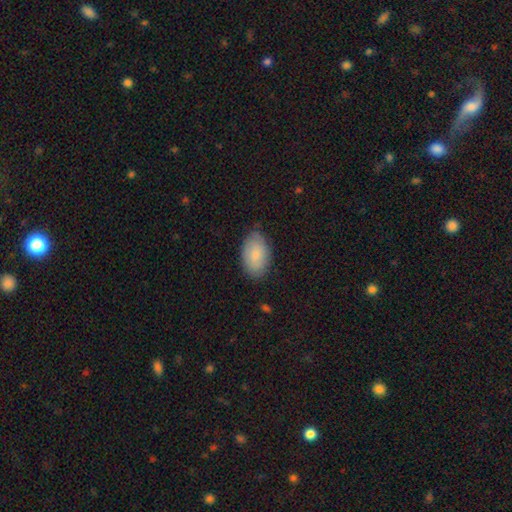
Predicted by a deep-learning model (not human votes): A smooth galaxy with no disk features (83%) that is in between round and cigar-shaped (93%).

Vote fractions:
- Smooth or featured? smooth: 83% / featured or disk: 11% / star or artifact: 6%
- How rounded? in between: 93% / round: 5% / cigar-shaped: 1%
- Merging? none: 78% / minor disturbance: 18% / major disturbance: 3% / merger: 1%